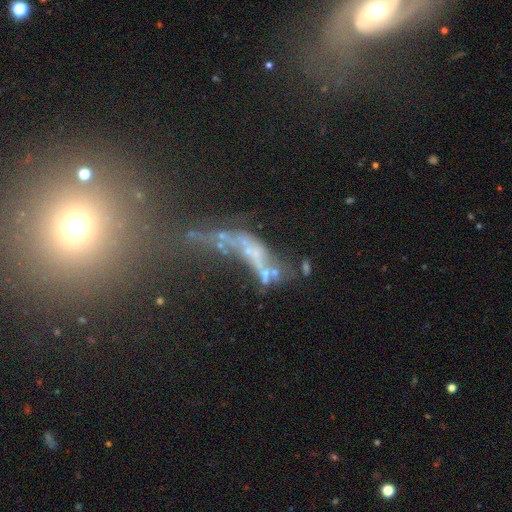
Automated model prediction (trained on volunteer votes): The model was most divided on "merging": major disturbance: 36%, merger: 35%, none: 18%, minor disturbance: 10%. Remaining: smooth or featured — featured or disk (50%).